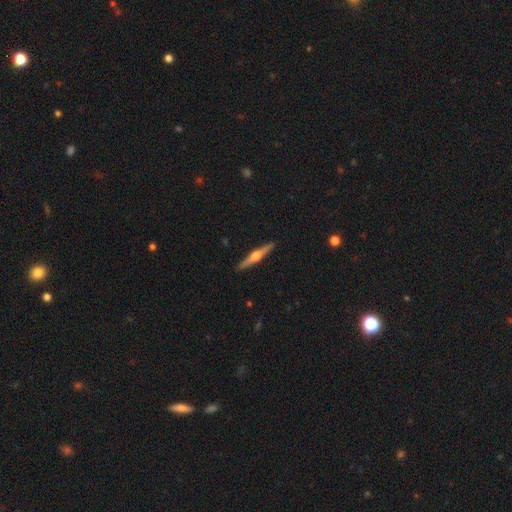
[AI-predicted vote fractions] A featured or disk galaxy (70%) viewed edge-on (98%) with a rounded central bulge (94%). Merging: none (92%).